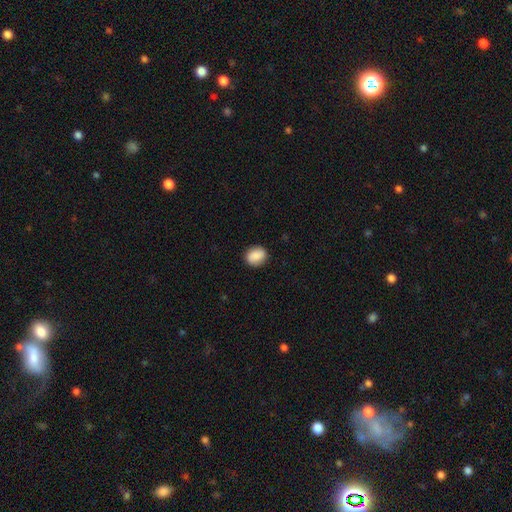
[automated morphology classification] A smooth galaxy with no disk features (87%) that is round (54%).

Vote fractions:
- Smooth or featured? smooth: 87% / star or artifact: 7% / featured or disk: 6%
- How rounded? round: 54% / in between: 45% / cigar-shaped: 1%
- Merging? none: 88% / minor disturbance: 9% / major disturbance: 2% / merger: 1%